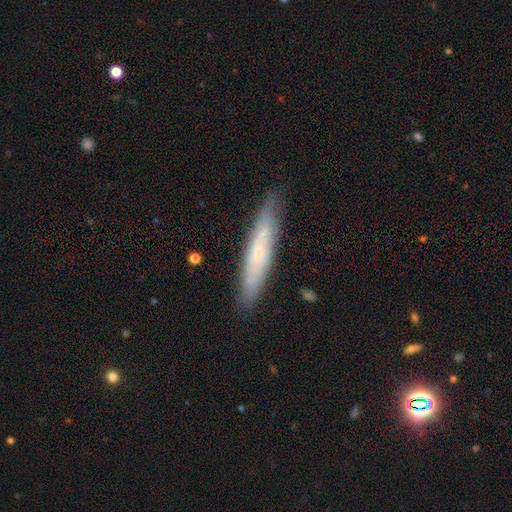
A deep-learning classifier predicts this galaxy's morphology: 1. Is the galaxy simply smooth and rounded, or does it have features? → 50% smooth, 43% featured or disk, 7% star or artifact.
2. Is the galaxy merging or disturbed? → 82% none, 13% minor disturbance, 3% major disturbance, 2% merger.